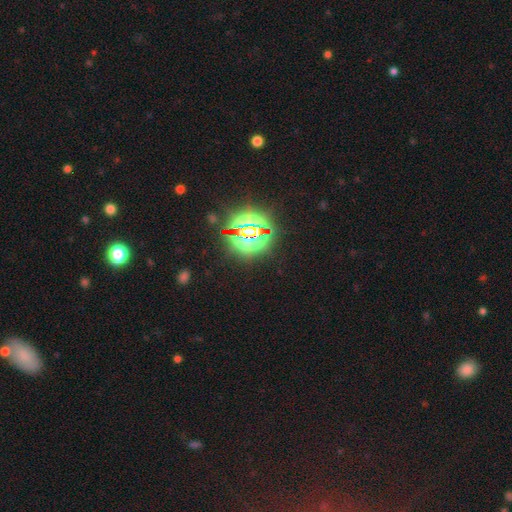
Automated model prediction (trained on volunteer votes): Smooth or featured? Predicted: star or artifact (p=0.84).